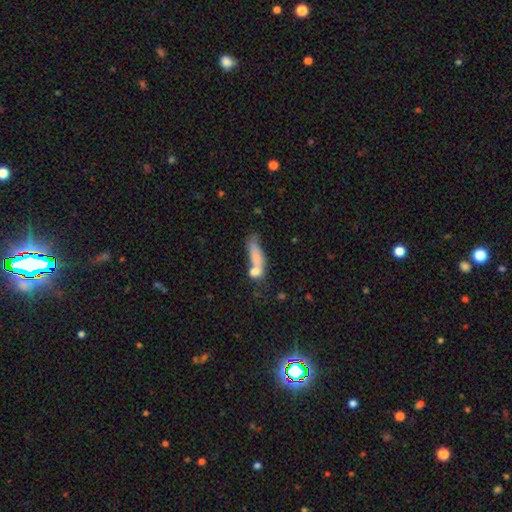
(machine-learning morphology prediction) Q: Smooth or featured?
A: smooth (71%); runner-up: featured or disk (20%)
Q: How rounded?
A: in between (47%); runner-up: cigar-shaped (45%)
Q: Merging?
A: merger (49%); runner-up: none (25%)